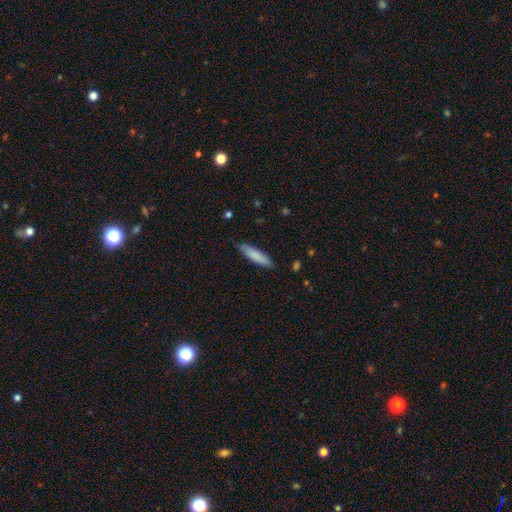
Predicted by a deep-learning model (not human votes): Morphology: type=smooth (84%); roundness=cigar-shaped (75%); merging=none (86%).